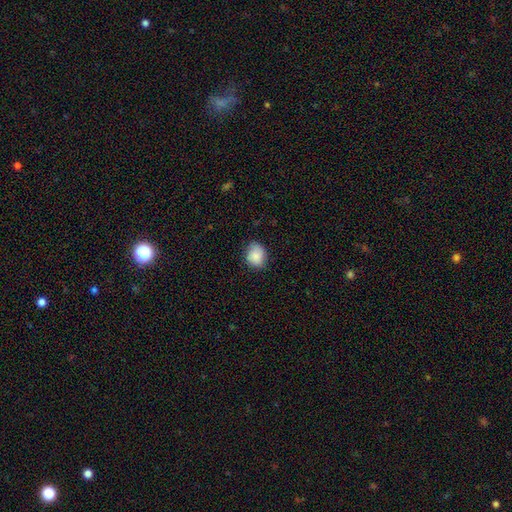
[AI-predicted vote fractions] This appears to be a smooth galaxy with no disk features (86%) that is round (56%). Merging: none (73%).